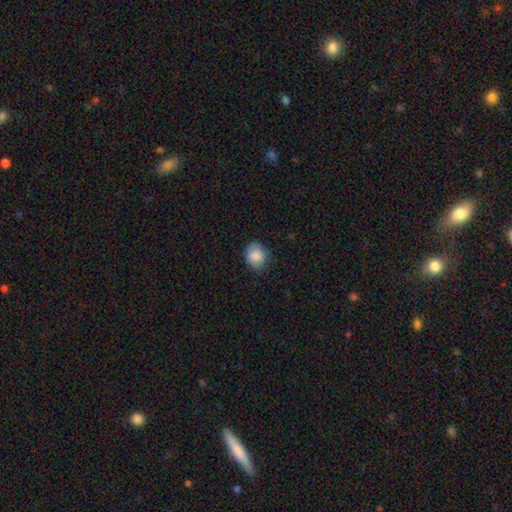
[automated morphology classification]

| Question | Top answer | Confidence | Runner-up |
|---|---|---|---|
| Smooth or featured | smooth | 86% | star or artifact (8%) |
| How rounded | round | 58% | in between (41%) |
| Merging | none | 70% | minor disturbance (24%) |